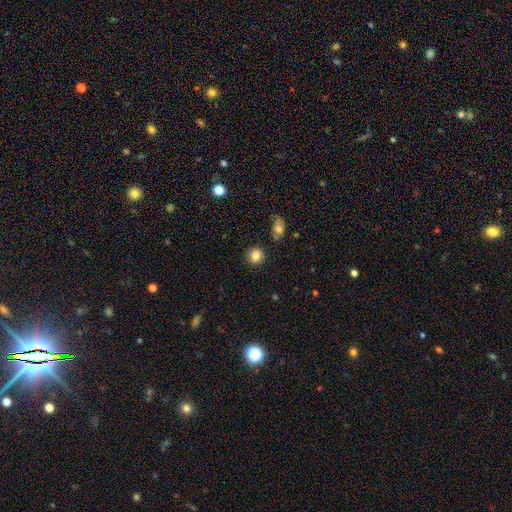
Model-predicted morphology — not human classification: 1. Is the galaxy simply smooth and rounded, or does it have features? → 84% smooth, 10% star or artifact, 5% featured or disk.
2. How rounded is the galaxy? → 88% round, 11% in between, 1% cigar-shaped.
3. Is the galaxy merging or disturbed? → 87% none, 8% minor disturbance, 2% merger, 2% major disturbance.